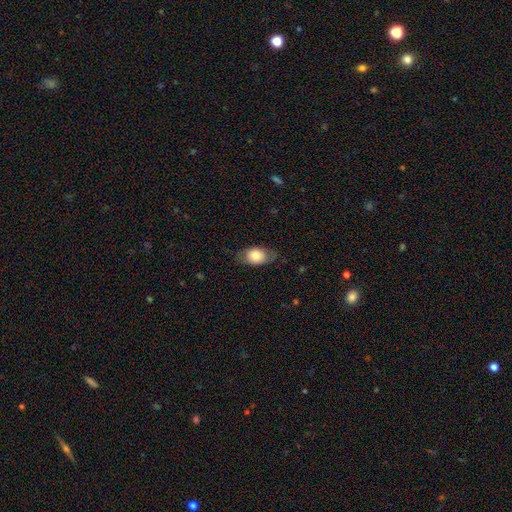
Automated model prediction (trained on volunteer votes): Smooth or featured?
  - smooth: 71% *
  - featured or disk: 22%
  - star or artifact: 7%
How rounded?
  - in between: 82% *
  - round: 16%
  - cigar-shaped: 3%
Merging?
  - none: 73% *
  - minor disturbance: 19%
  - major disturbance: 7%
  - merger: 1%